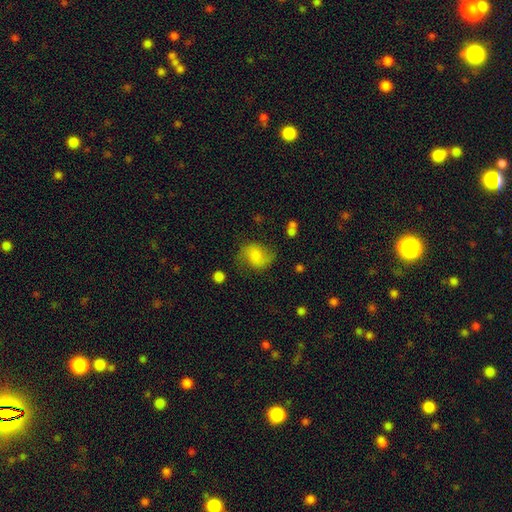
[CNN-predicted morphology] type=smooth (48%); merging=none (64%).